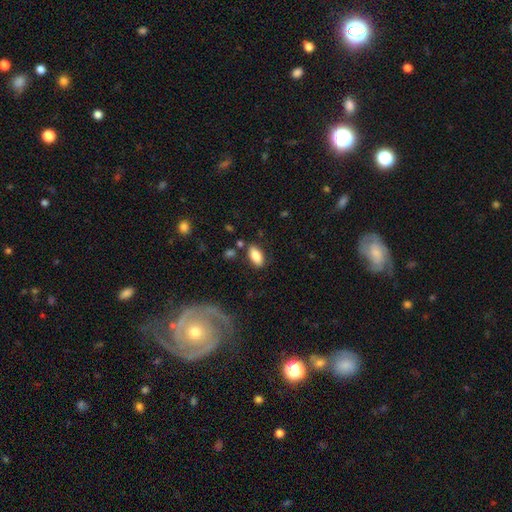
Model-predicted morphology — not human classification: A smooth galaxy with no disk features (83%) that is in between round and cigar-shaped (90%).

Vote fractions:
- Smooth or featured? smooth: 83% / featured or disk: 10% / star or artifact: 7%
- How rounded? in between: 90% / cigar-shaped: 7% / round: 3%
- Merging? none: 82% / minor disturbance: 11% / merger: 4% / major disturbance: 3%